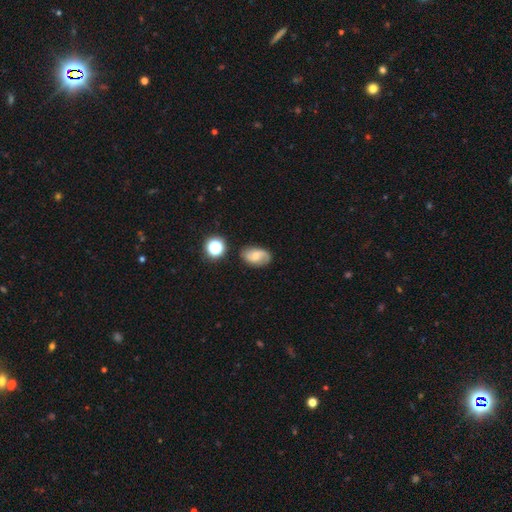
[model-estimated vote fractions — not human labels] Smooth or featured: featured or disk — 53% (smooth — 36%)
Edge-on disk: no — 96% (yes — 4%)
Bar: no — 48% (weak — 44%)
Spiral arms: yes — 90% (no — 10%)
Bulge size: small — 46% (moderate — 40%)
Merging: none — 78% (minor disturbance — 15%)